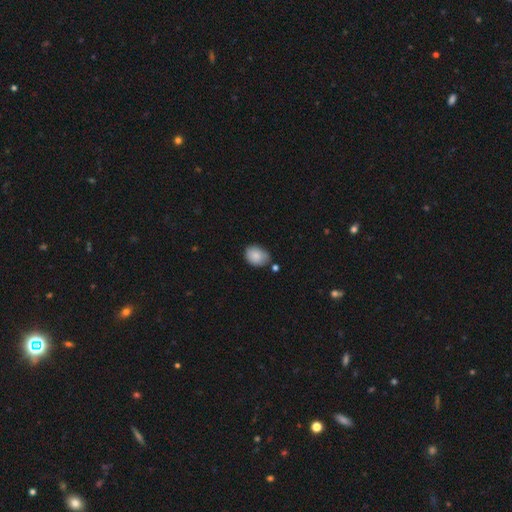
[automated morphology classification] type=smooth (84%); roundness=in between (69%); merging=none (66%).